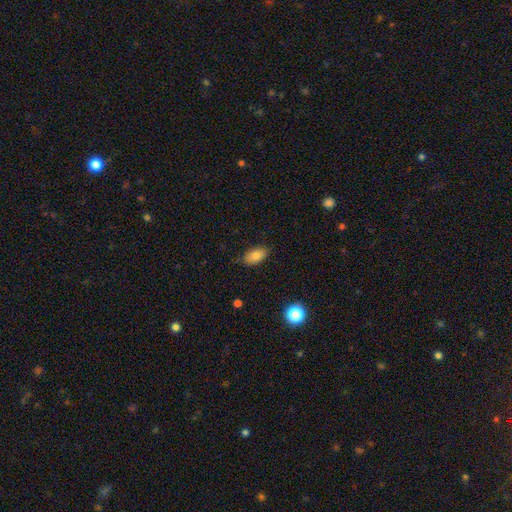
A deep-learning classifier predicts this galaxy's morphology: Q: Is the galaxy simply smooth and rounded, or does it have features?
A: smooth — 84%.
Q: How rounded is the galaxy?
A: in between — 91%.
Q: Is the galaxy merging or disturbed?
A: none — 82%.